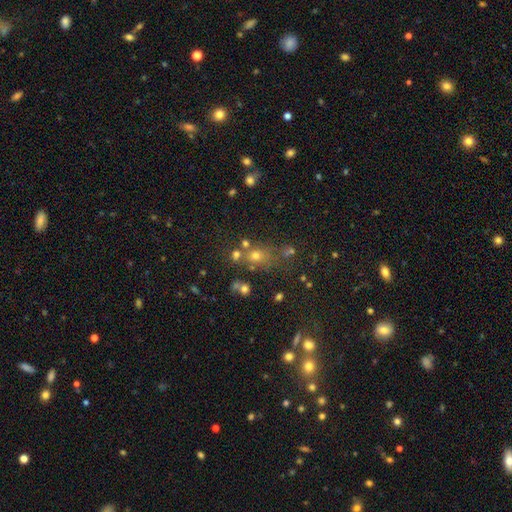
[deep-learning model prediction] This appears to be a smooth galaxy with no disk features (53%) that is round (72%). Merging: none (63%).